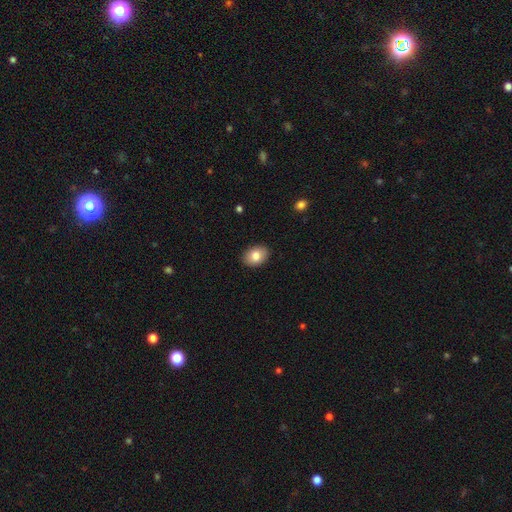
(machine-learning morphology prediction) Smooth or featured? Predicted: smooth (p=0.82). How rounded? Predicted: in between (p=0.74). Merging? Predicted: none (p=0.89).